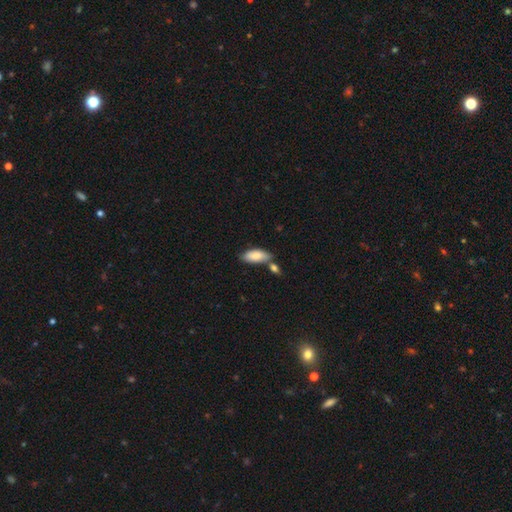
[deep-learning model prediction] A smooth galaxy with no disk features (84%) that is in between round and cigar-shaped (85%).

Vote fractions:
- Smooth or featured? smooth: 84% / featured or disk: 10% / star or artifact: 6%
- How rounded? in between: 85% / cigar-shaped: 13% / round: 2%
- Merging? none: 59% / merger: 22% / minor disturbance: 15% / major disturbance: 4%